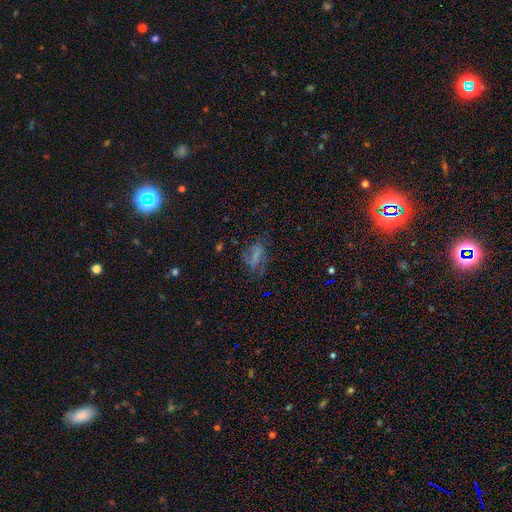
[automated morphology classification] smooth 45%, star or artifact 28%, featured or disk 28%. Down the decision tree: merging — none (54%).